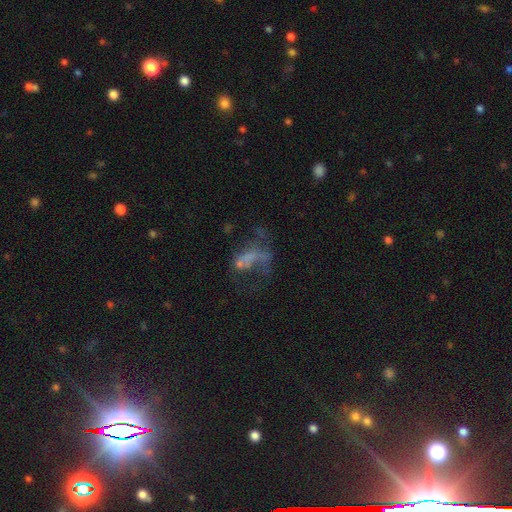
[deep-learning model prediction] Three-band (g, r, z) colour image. It shows a featured or disk galaxy (40%). Merging: major disturbance (43%).